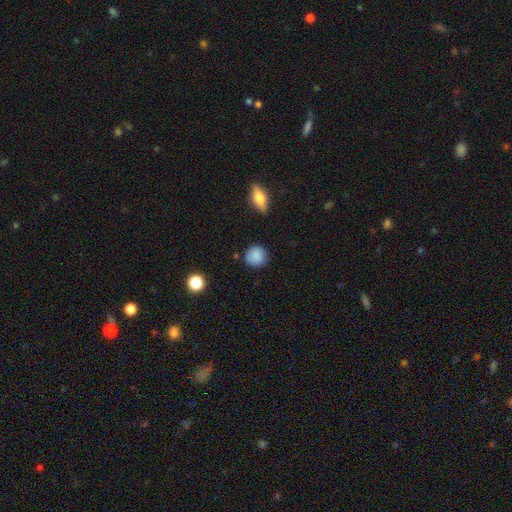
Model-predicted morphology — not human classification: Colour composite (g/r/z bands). It shows a smooth galaxy with no disk features (87%) that is round (90%). Merging: none (84%).